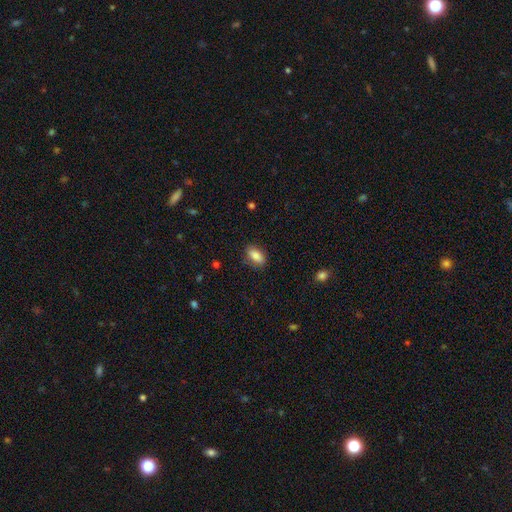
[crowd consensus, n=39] A smooth galaxy with no disk features (95%) that is in between round and cigar-shaped (92%).

Vote fractions:
- Smooth or featured? smooth: 95% / star or artifact: 5% / featured or disk: 0%
- How rounded? in between: 92% / cigar-shaped: 5% / round: 3%
- Merging? none: 81% / minor disturbance: 16% / major disturbance: 3% / merger: 0%